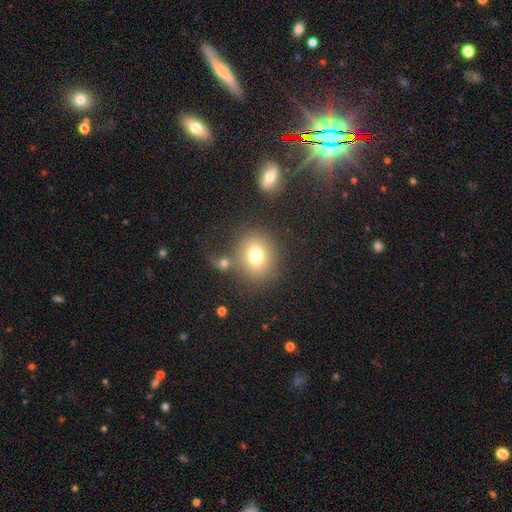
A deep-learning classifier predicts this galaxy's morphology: The model was most divided on "how rounded": round: 75%, in between: 24%, cigar-shaped: 1%. More confident: smooth or featured — smooth (74%); merging — none (69%).